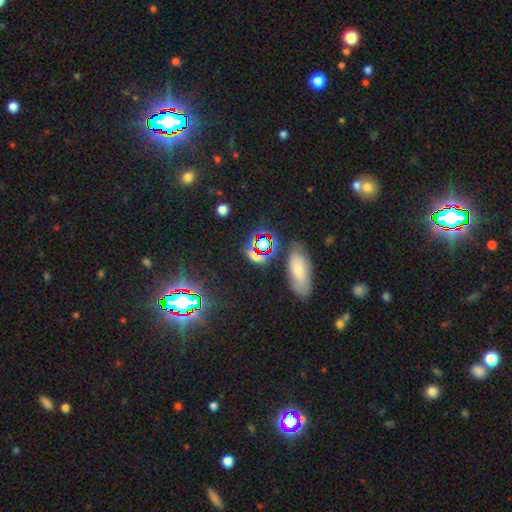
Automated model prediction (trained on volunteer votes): smooth-or-featured: star or artifact: 57% | smooth: 31% | featured or disk: 12%